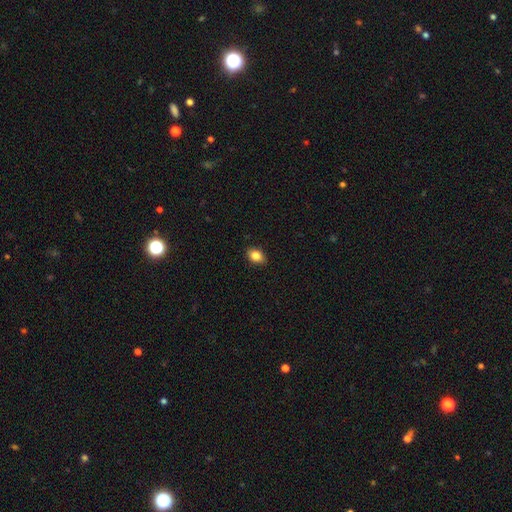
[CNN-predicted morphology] Smooth or featured? Predicted: smooth (p=0.85). How rounded? Predicted: in between (p=0.79). Merging? Predicted: none (p=0.88).